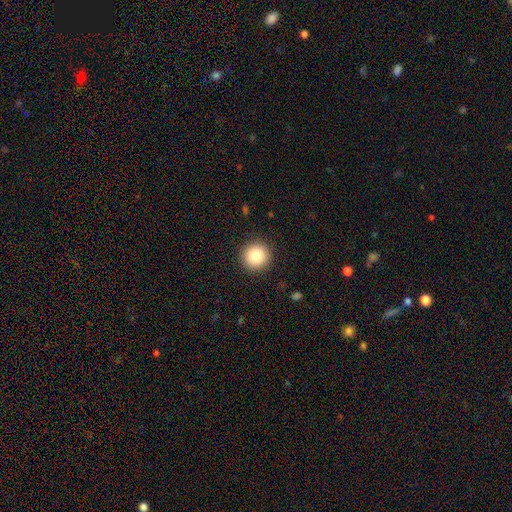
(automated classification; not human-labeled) The model was most divided on "smooth or featured": smooth: 84%, star or artifact: 9%, featured or disk: 7%. More confident: how rounded — round (96%); merging — none (92%).